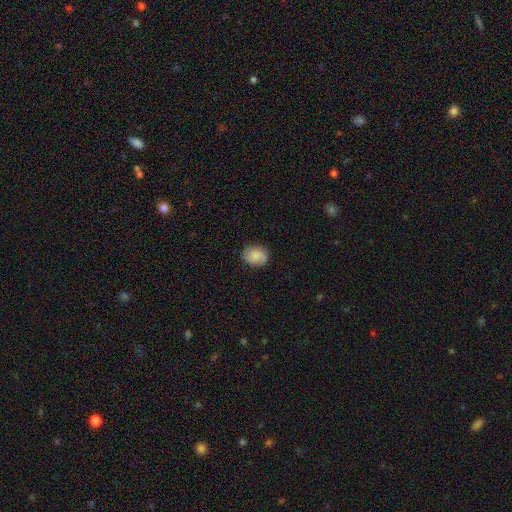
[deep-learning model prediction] Smooth or featured: smooth — 85% (star or artifact — 8%)
How rounded: round — 55% (in between — 44%)
Merging: none — 83% (minor disturbance — 13%)